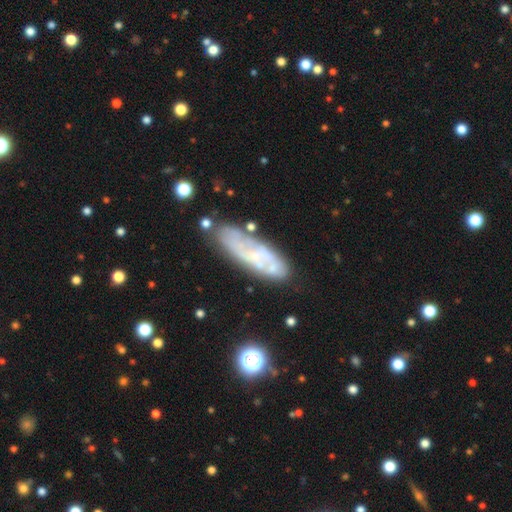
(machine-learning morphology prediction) smooth_or_featured: featured or disk (p=0.55) [alt: smooth p=0.36]
disk_edge_on: no (p=0.76) [alt: yes p=0.24]
merging: none (p=0.67) [alt: minor disturbance p=0.20]